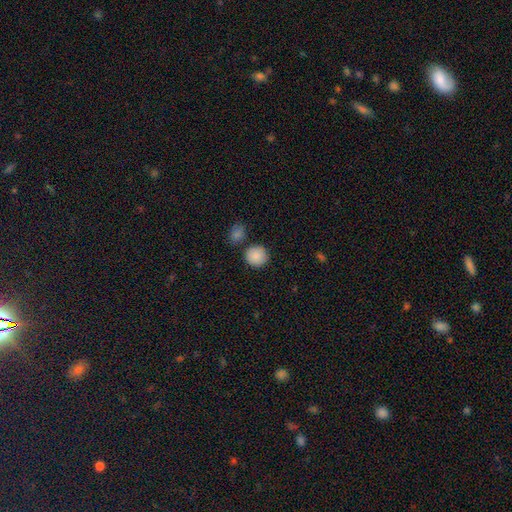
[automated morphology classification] A smooth galaxy with no disk features (89%) that is round (91%). Merging: none (80%).